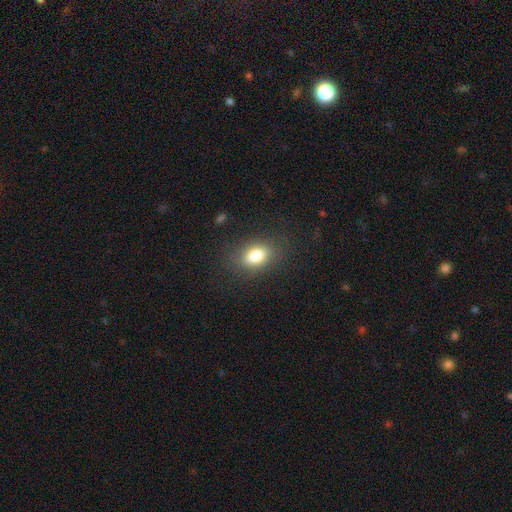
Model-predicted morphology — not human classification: Smooth or featured? smooth (81%)
How rounded? in between (79%)
Merging? none (81%)